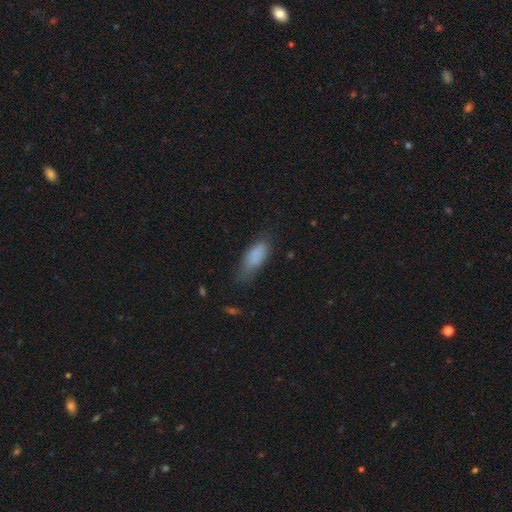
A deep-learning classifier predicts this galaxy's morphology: This is clearly a smooth galaxy (83%). How rounded: likely in between (78%). Merging: possibly none (52%).